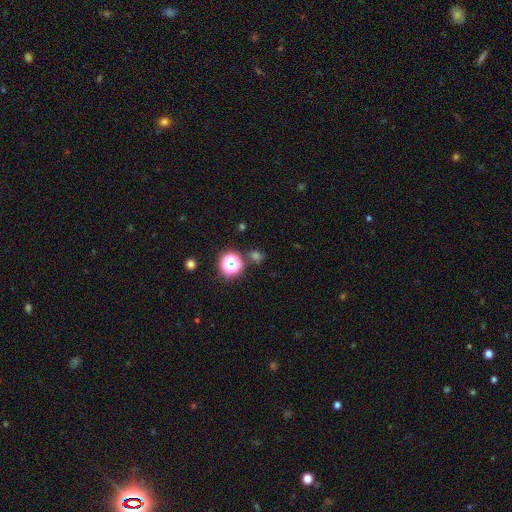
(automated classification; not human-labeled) Overall: smooth (50%; star or artifact 43%). How rounded: round (78%). Merging: none (77%).